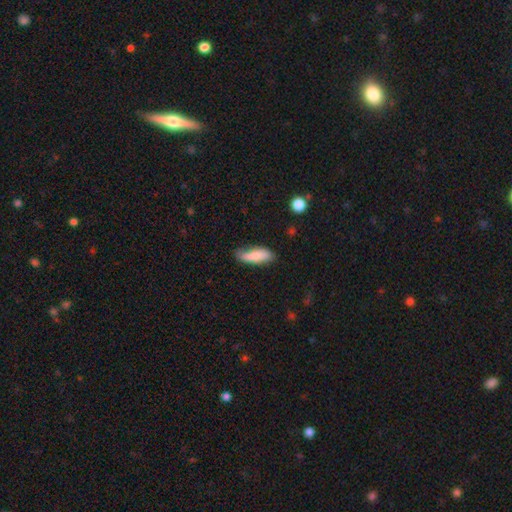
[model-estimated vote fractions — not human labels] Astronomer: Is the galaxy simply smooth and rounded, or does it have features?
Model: smooth — 82%.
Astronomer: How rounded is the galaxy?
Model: in between — 52% (runner-up: cigar-shaped, 46%).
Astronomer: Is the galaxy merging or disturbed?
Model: none — 61%.